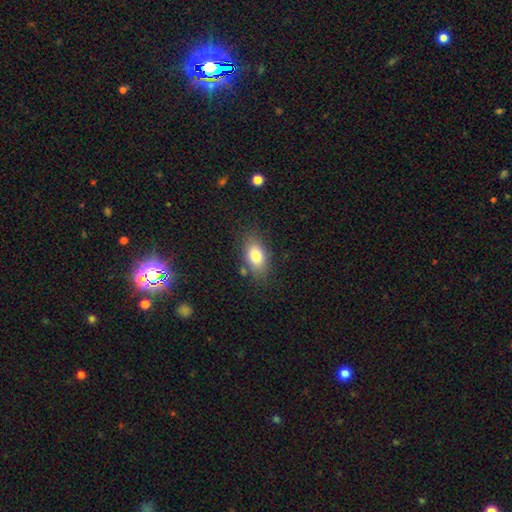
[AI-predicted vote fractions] A smooth galaxy with no disk features (78%) that is in between round and cigar-shaped (85%). Merging: none (77%).